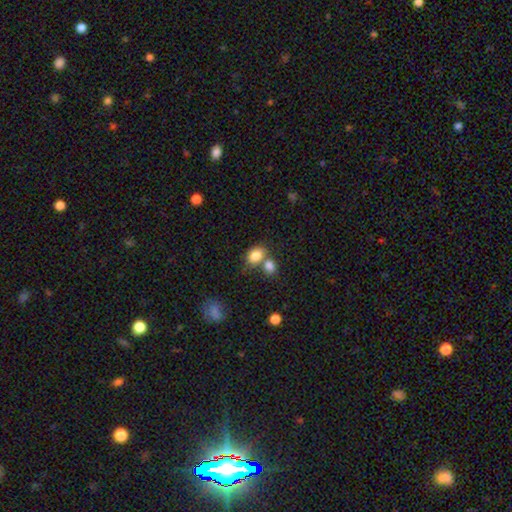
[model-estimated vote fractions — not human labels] A smooth galaxy with no disk features (83%) that is in between round and cigar-shaped (65%).

Vote fractions:
- Smooth or featured? smooth: 83% / star or artifact: 9% / featured or disk: 8%
- How rounded? in between: 65% / round: 34% / cigar-shaped: 1%
- Merging? none: 44% / merger: 42% / minor disturbance: 10% / major disturbance: 4%